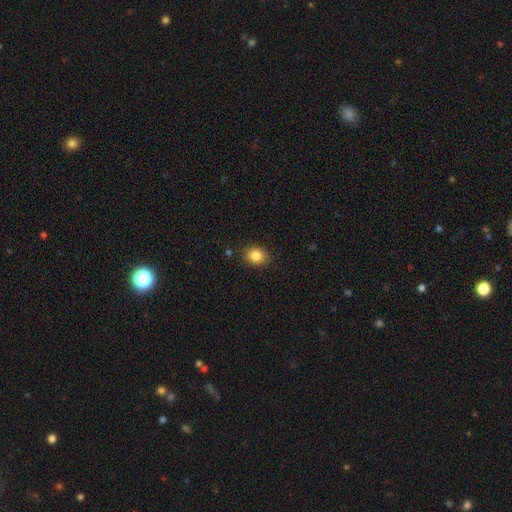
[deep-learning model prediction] The model was most divided on "how rounded": in between: 53%, round: 46%, cigar-shaped: 1%. More confident: merging — none (86%); smooth or featured — smooth (84%).